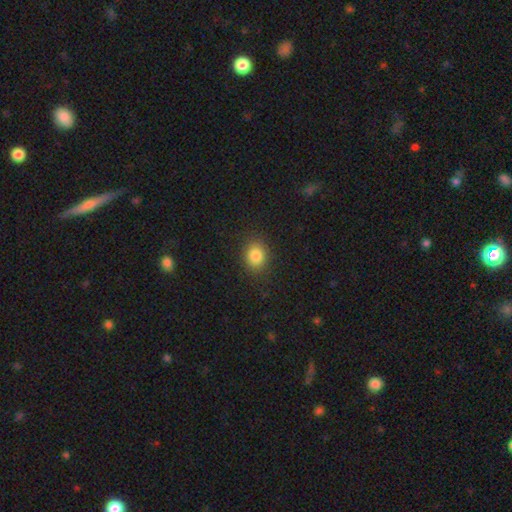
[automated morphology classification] This appears to be a smooth galaxy with no disk features (84%) that is round (53%). Merging: none (87%).